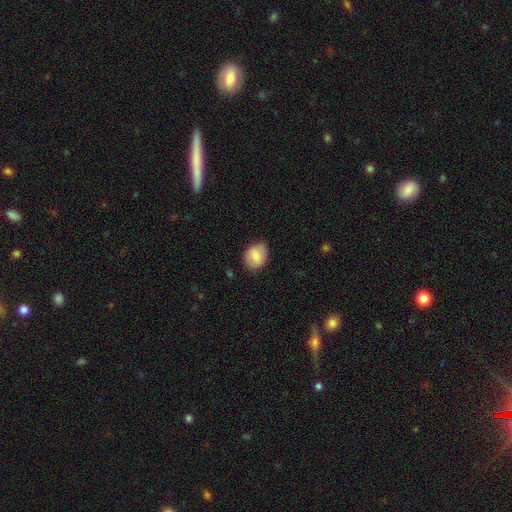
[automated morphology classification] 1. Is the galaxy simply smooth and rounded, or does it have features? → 77% smooth, 16% featured or disk, 7% star or artifact.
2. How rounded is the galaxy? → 50% in between, 49% round, 1% cigar-shaped.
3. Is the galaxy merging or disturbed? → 80% none, 15% minor disturbance, 3% major disturbance, 1% merger.